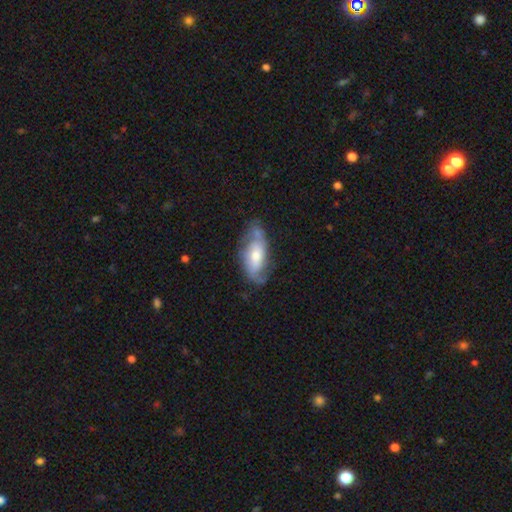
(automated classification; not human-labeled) smooth-or-featured: featured or disk: 64% | smooth: 30% | star or artifact: 6%
  disk-edge-on: no: 89% | yes: 11%
    bar: no: 51% | weak: 34% | strong: 14%
    has-spiral-arms: yes: 83% | no: 17%
    bulge-size: moderate: 54% | small: 28% | large: 14% | none: 3% | dominant: 2%
  merging: none: 58% | minor disturbance: 26% | major disturbance: 12% | merger: 3%